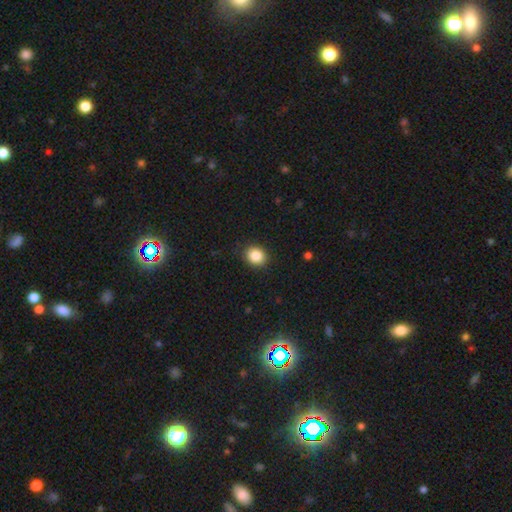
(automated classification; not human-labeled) Morphology: type=smooth (87%); roundness=round (66%); merging=none (89%).